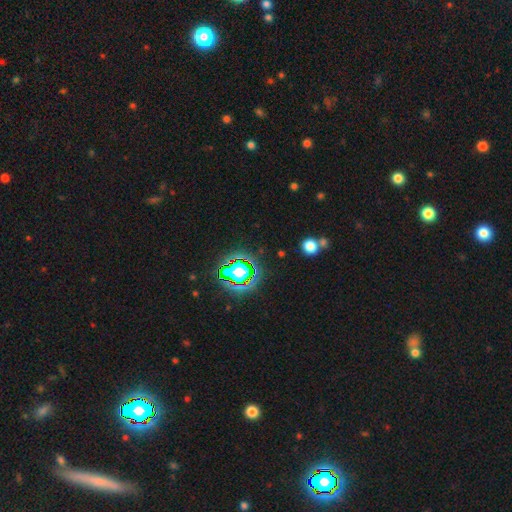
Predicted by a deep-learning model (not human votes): Smooth or featured?
  - star or artifact: 78% *
  - smooth: 13%
  - featured or disk: 8%